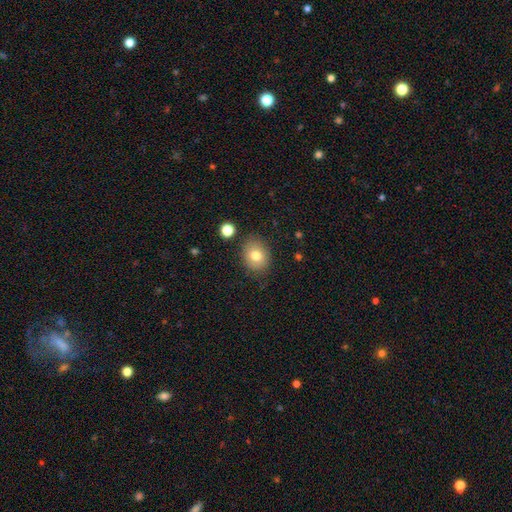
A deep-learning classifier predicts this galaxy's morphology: A smooth galaxy with no disk features (77%) that is round (55%).

Vote fractions:
- Smooth or featured? smooth: 77% / featured or disk: 12% / star or artifact: 10%
- How rounded? round: 55% / in between: 44% / cigar-shaped: 1%
- Merging? none: 82% / minor disturbance: 12% / major disturbance: 3% / merger: 3%